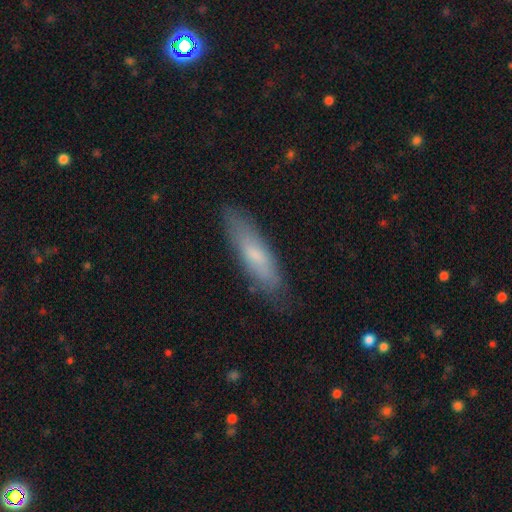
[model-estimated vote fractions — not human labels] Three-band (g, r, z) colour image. It shows a smooth galaxy with no disk features (66%) that is cigar-shaped (68%). Merging: none (79%).